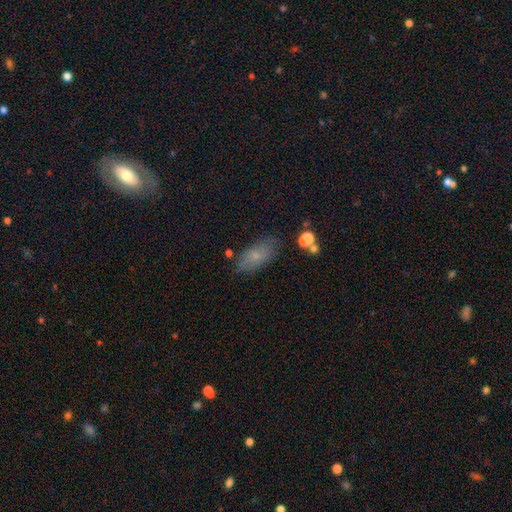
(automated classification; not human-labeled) Q: Smooth or featured?
A: smooth (63%); runner-up: featured or disk (27%)
Q: How rounded?
A: in between (85%); runner-up: cigar-shaped (10%)
Q: Merging?
A: none (70%); runner-up: minor disturbance (20%)